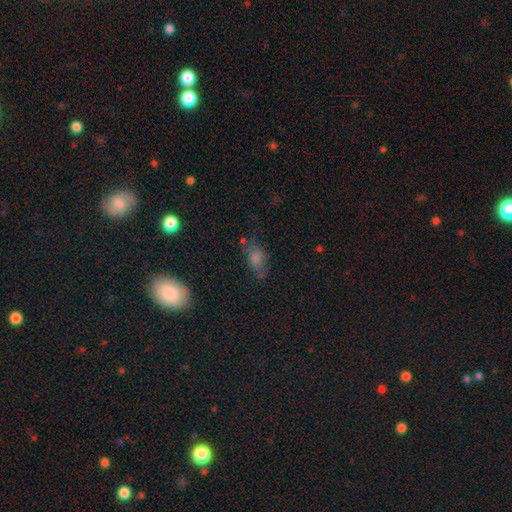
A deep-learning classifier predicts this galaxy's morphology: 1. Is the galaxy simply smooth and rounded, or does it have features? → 48% smooth, 31% star or artifact, 21% featured or disk.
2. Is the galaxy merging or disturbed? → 70% none, 18% minor disturbance, 8% major disturbance, 3% merger.